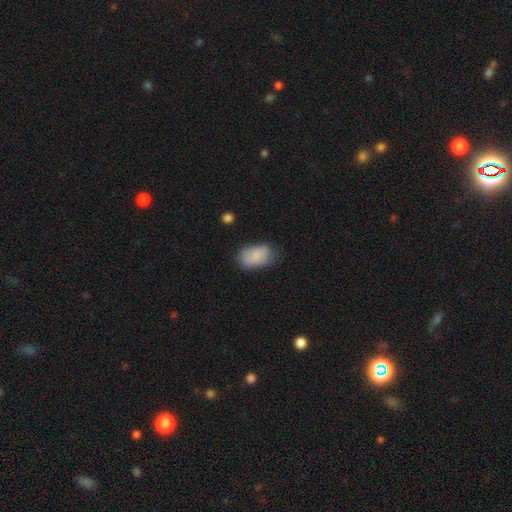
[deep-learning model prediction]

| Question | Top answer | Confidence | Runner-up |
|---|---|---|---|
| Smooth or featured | smooth | 83% | featured or disk (10%) |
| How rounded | in between | 92% | round (6%) |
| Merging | none | 63% | minor disturbance (28%) |